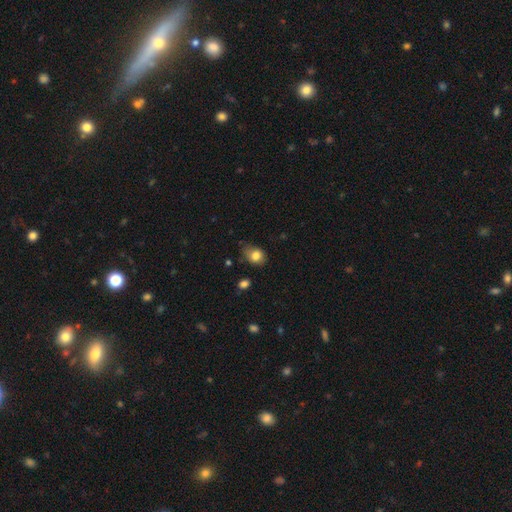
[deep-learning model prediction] Q: Smooth or featured?
A: smooth (80%); runner-up: featured or disk (10%)
Q: How rounded?
A: in between (58%); runner-up: round (41%)
Q: Merging?
A: none (56%); runner-up: minor disturbance (34%)